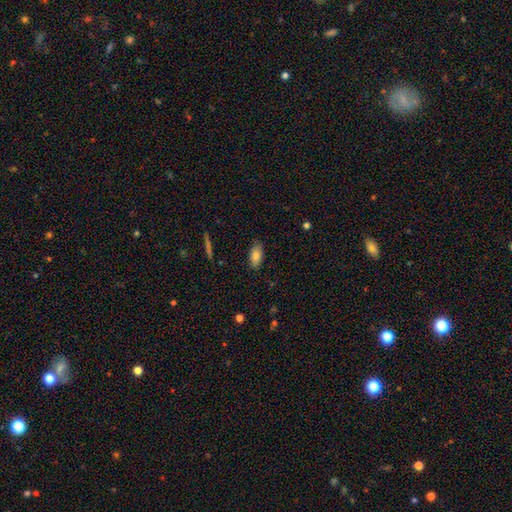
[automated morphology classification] This appears to be a smooth galaxy with no disk features (80%) that is in between round and cigar-shaped (88%). Merging: none (85%).